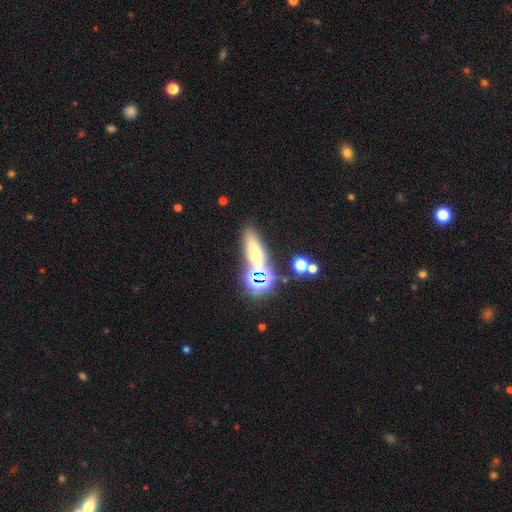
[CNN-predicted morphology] Overall: smooth (59%; star or artifact 26%). How rounded: cigar-shaped (55%; in between 33%). Merging: none (71%).